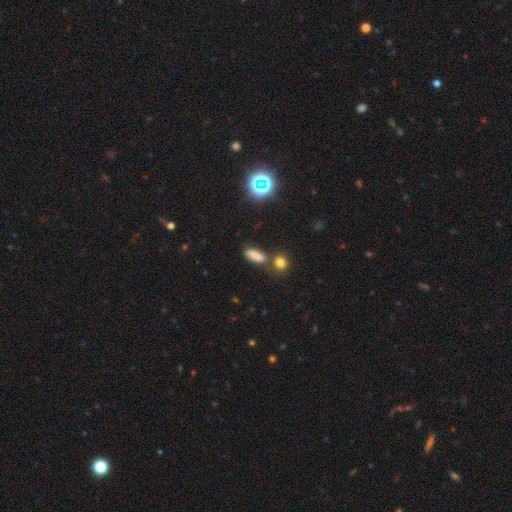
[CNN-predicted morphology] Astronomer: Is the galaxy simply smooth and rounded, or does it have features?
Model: smooth — 69%.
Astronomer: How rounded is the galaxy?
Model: in between — 64%.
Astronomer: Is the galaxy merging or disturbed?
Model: none — 60%.